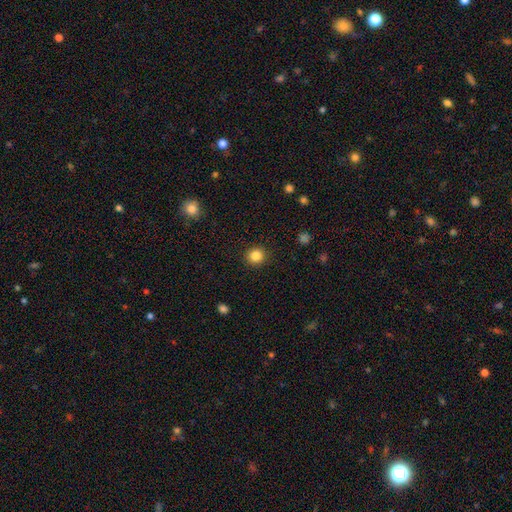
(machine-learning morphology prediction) Smooth or featured? smooth (84%)
How rounded? round (91%)
Merging? none (92%)